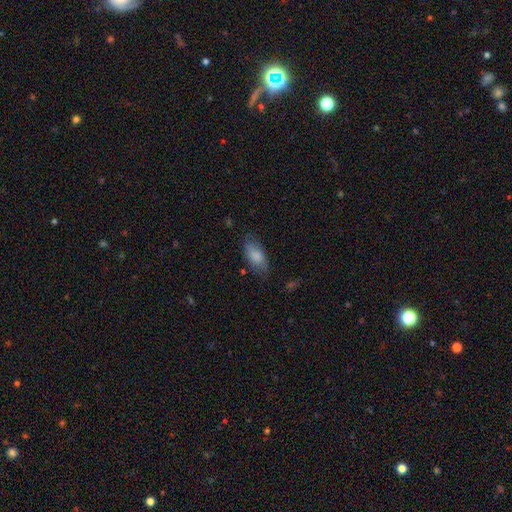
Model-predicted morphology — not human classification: type=smooth (83%); roundness=in between (89%); merging=none (70%).